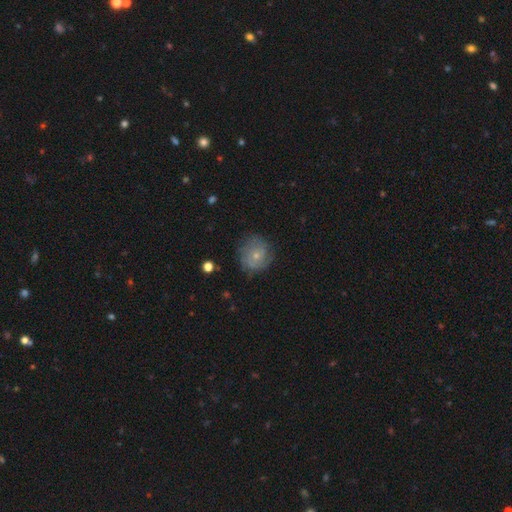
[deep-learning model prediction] A featured or disk galaxy (47%). Merging: none (71%).